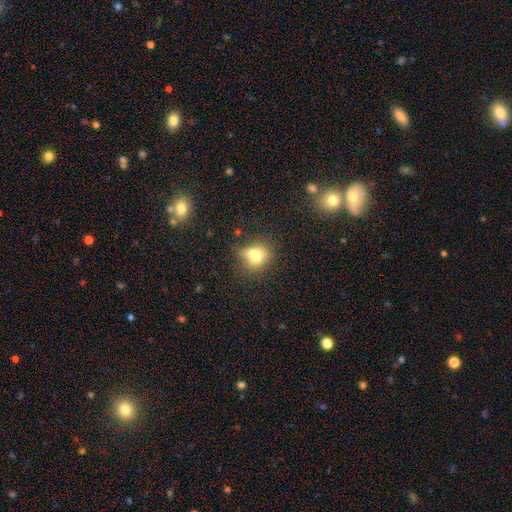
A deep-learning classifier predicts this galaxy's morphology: smooth 67%, featured or disk 19%, star or artifact 14%. Down the decision tree: how rounded — round (58%); merging — none (46%).